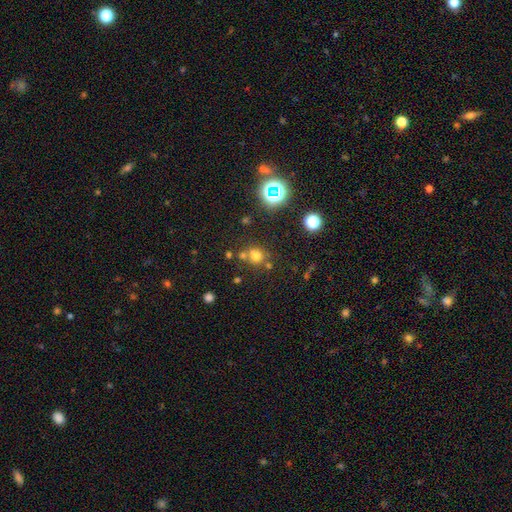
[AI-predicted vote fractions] Morphology: type=smooth (66%); roundness=round (84%); merging=none (62%).